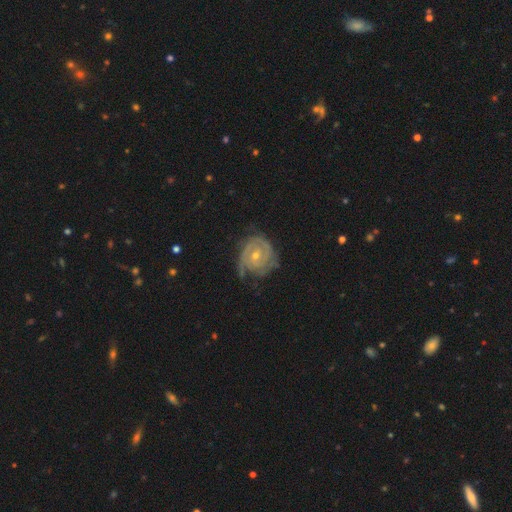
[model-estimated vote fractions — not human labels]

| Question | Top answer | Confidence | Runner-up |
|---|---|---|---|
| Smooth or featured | featured or disk | 85% | smooth (8%) |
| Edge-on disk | no | 98% | yes (2%) |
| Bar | no | 70% | weak (24%) |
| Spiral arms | yes | 95% | no (5%) |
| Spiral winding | tight | 75% | medium (21%) |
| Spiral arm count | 2 | 38% | can't tell (23%) |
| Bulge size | small | 50% | moderate (47%) |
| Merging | none | 65% | minor disturbance (24%) |